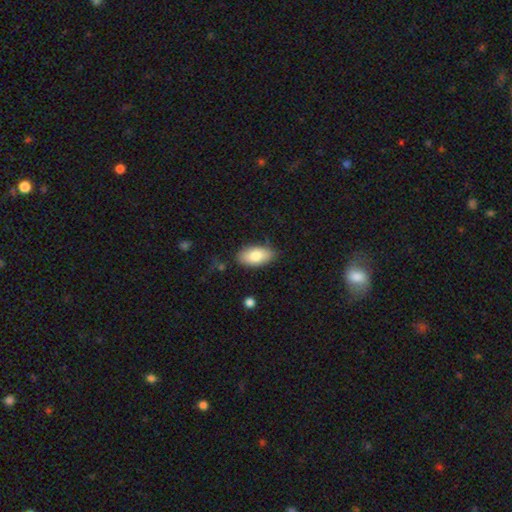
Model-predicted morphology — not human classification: This is clearly a smooth galaxy (81%). How rounded: clearly in between (94%). Merging: clearly none (81%).